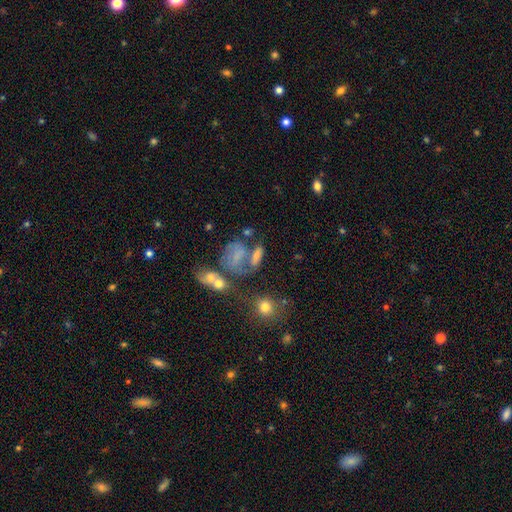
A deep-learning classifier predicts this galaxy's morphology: The model was most divided on "smooth or featured": smooth: 44%, featured or disk: 37%, star or artifact: 19%. Remaining: merging — none (35%).